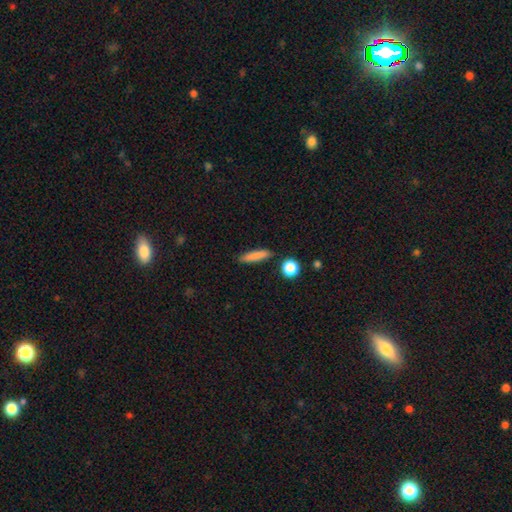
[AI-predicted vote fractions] smooth 82%, featured or disk 10%, star or artifact 8%. Down the decision tree: how rounded — cigar-shaped (79%); merging — none (86%).